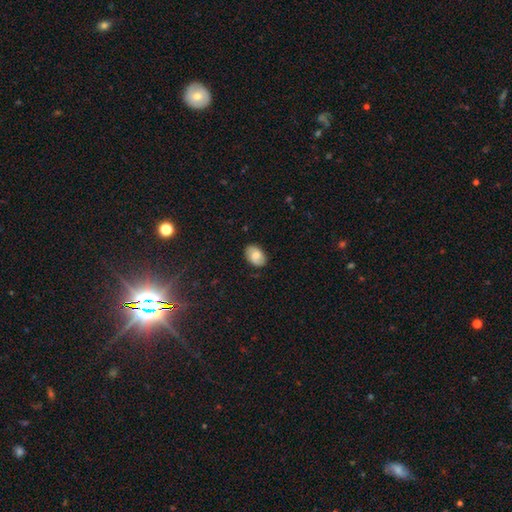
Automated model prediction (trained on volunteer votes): smooth-or-featured: smooth: 72% | featured or disk: 21% | star or artifact: 7%
  how-rounded: in between: 87% | round: 12% | cigar-shaped: 1%
  merging: none: 83% | minor disturbance: 13% | major disturbance: 2% | merger: 1%